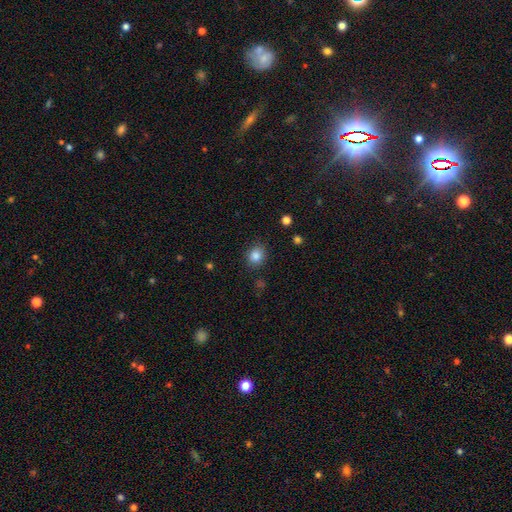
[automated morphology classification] smooth_or_featured: smooth (p=0.84) [alt: star or artifact p=0.11]
how_rounded: round (p=0.70) [alt: in between p=0.29]
merging: none (p=0.85) [alt: minor disturbance p=0.10]